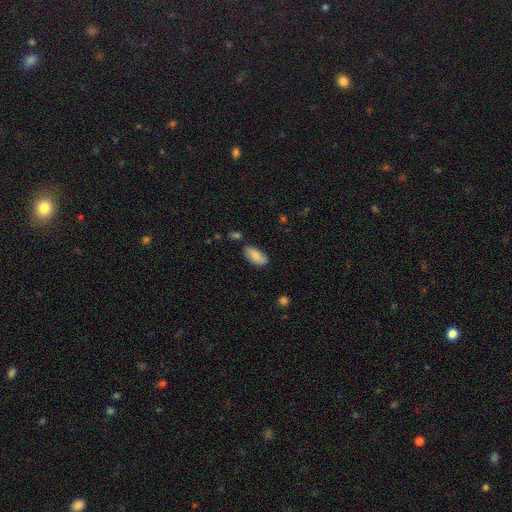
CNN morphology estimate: A smooth galaxy with no disk features (82%) that is in between round and cigar-shaped (89%).

Vote fractions:
- Smooth or featured? smooth: 82% / featured or disk: 11% / star or artifact: 7%
- How rounded? in between: 89% / cigar-shaped: 9% / round: 2%
- Merging? none: 77% / minor disturbance: 15% / merger: 4% / major disturbance: 3%